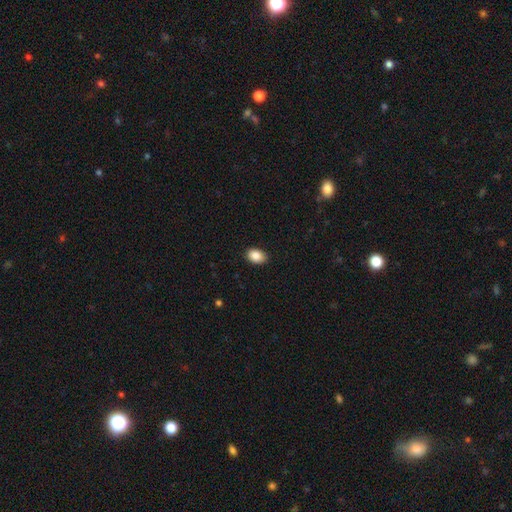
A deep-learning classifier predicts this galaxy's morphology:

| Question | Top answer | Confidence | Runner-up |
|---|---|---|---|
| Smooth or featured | smooth | 87% | star or artifact (8%) |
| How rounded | in between | 80% | round (19%) |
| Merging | none | 88% | minor disturbance (9%) |